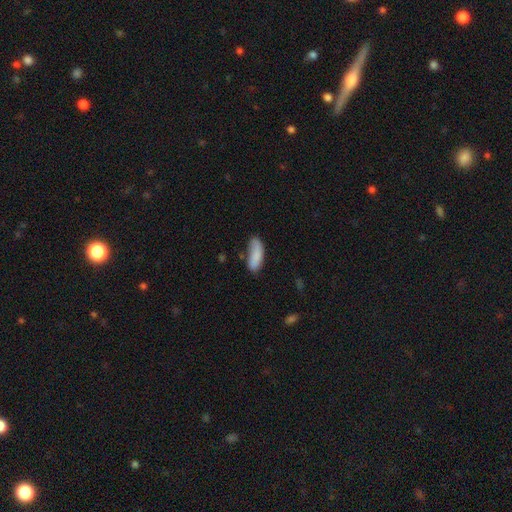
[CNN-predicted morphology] smooth_or_featured: smooth (p=0.84) [alt: featured or disk p=0.10]
how_rounded: in between (p=0.70) [alt: cigar-shaped p=0.28]
merging: none (p=0.58) [alt: minor disturbance p=0.29]